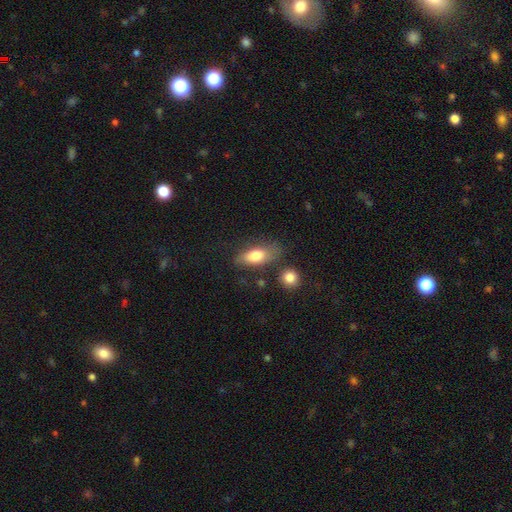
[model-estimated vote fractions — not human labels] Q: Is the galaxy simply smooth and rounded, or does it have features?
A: smooth — 77%.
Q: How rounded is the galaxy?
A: in between — 81%.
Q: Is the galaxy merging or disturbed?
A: none — 63%.